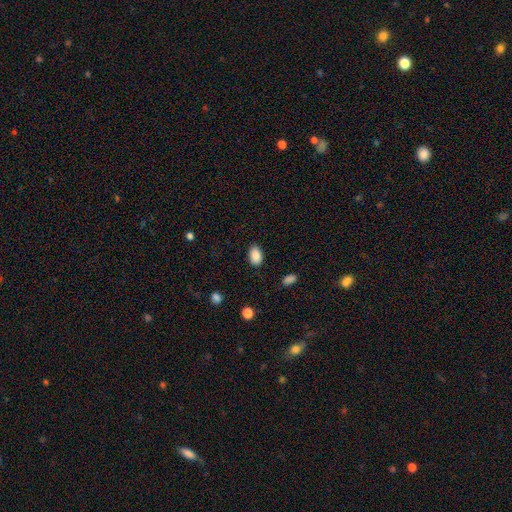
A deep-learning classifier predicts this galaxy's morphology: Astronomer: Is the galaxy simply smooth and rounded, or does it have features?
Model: smooth — 89%.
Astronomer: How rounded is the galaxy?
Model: in between — 89%.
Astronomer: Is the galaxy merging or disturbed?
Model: none — 85%.